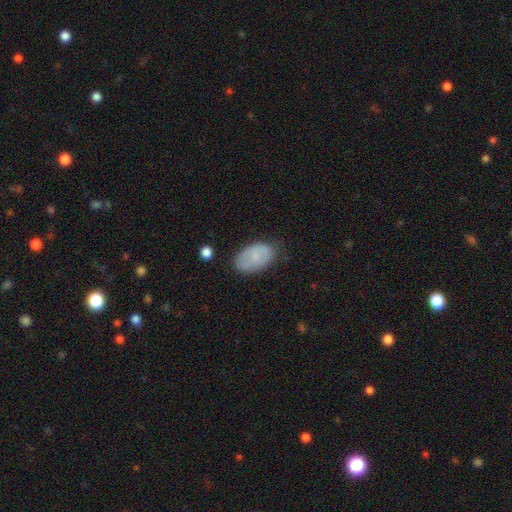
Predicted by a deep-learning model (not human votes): Smooth or featured? smooth (76%)
How rounded? in between (93%)
Merging? none (72%)